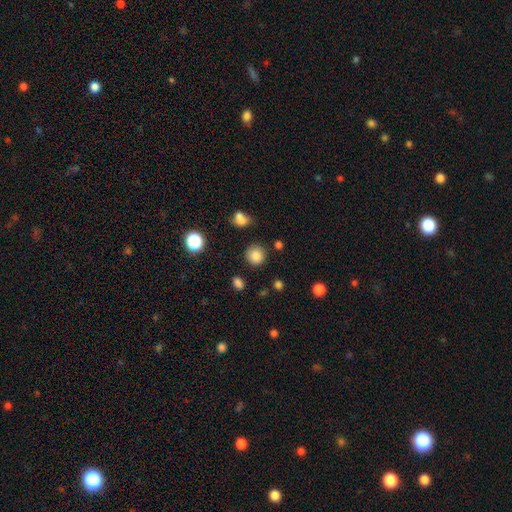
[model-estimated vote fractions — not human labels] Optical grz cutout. It shows a smooth galaxy with no disk features (83%) that is round (90%). Merging: none (84%).